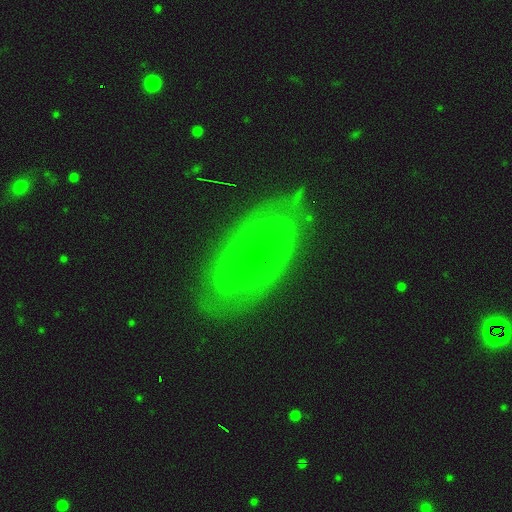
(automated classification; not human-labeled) Smooth or featured: featured or disk — 68% (smooth — 23%)
Edge-on disk: no — 88% (yes — 12%)
Bar: no — 61% (weak — 31%)
Spiral arms: yes — 70% (no — 30%)
Bulge size: small — 81% (moderate — 16%)
Merging: none — 81% (minor disturbance — 14%)